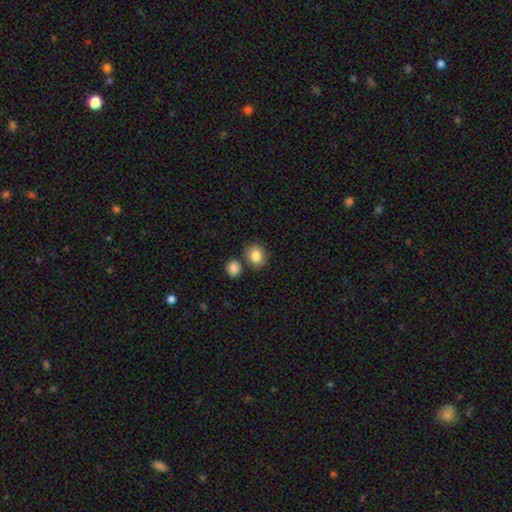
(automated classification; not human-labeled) Smooth or featured? smooth (86%)
How rounded? round (52%)
Merging? none (71%)